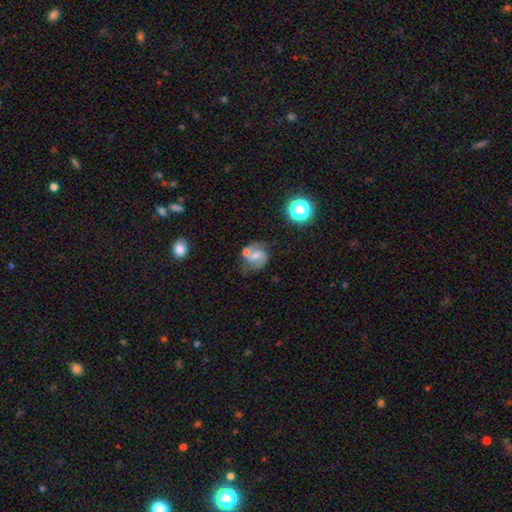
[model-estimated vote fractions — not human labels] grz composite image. It shows a featured or disk galaxy (60%) with a weak bar (46%), spiral arms (84%) and a moderate central bulge (43%). Merging: none (48%).